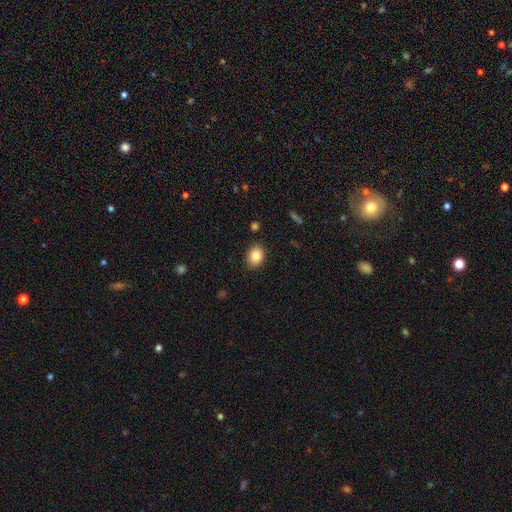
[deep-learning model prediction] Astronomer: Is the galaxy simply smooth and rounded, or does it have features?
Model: smooth — 87%.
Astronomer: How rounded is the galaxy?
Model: in between — 68%.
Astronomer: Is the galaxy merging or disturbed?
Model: none — 87%.